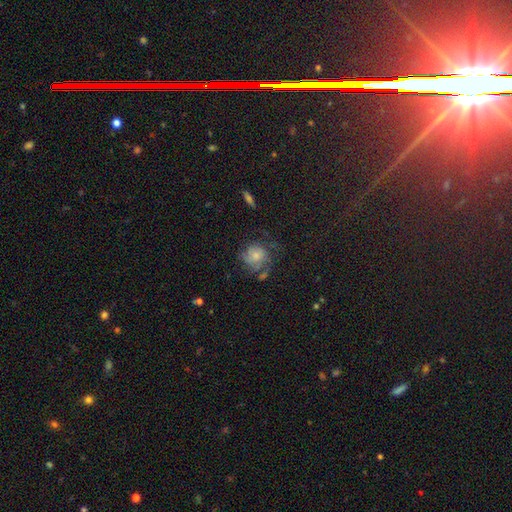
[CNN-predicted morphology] smooth 46%, featured or disk 42%, star or artifact 11%. Down the decision tree: merging — none (44%).